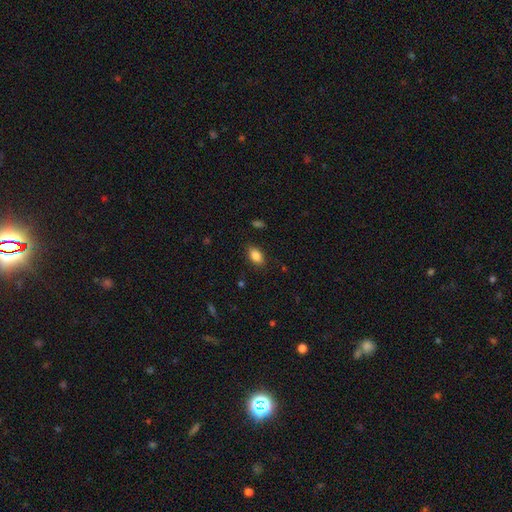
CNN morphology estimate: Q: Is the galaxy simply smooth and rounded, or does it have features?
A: smooth — 85%.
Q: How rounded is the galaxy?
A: in between — 88%.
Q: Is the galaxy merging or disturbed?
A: none — 86%.